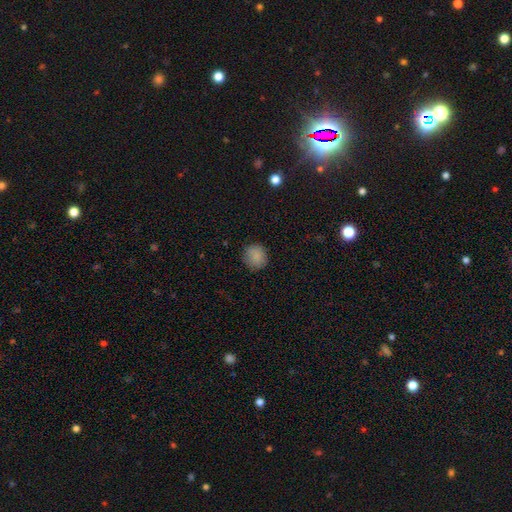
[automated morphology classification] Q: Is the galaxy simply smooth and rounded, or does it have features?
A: smooth — 87%.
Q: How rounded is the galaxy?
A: round — 87%.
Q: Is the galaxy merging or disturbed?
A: none — 86%.